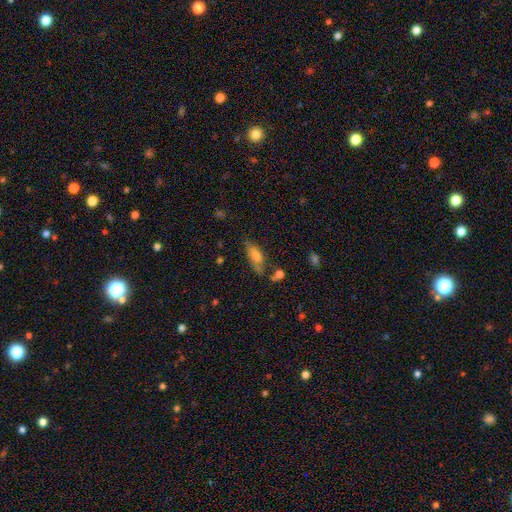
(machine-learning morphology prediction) This appears to be a smooth galaxy with no disk features (56%) that is in between round and cigar-shaped (72%). Merging: none (49%).